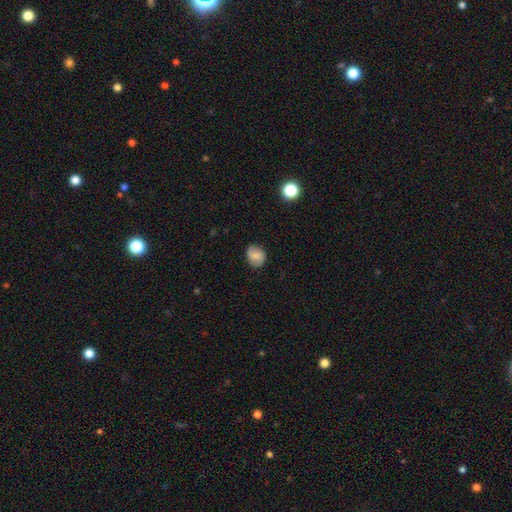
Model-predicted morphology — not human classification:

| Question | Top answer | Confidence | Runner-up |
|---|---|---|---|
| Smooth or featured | smooth | 58% | featured or disk (32%) |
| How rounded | round | 62% | in between (37%) |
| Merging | none | 80% | minor disturbance (15%) |